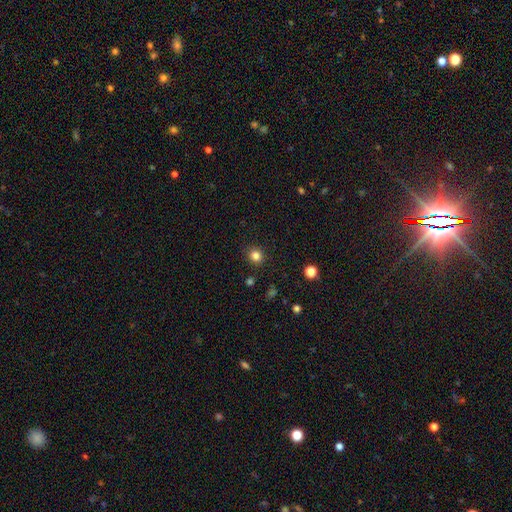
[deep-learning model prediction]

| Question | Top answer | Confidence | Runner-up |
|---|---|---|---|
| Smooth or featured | smooth | 82% | star or artifact (13%) |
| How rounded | round | 84% | in between (15%) |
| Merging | none | 89% | minor disturbance (7%) |